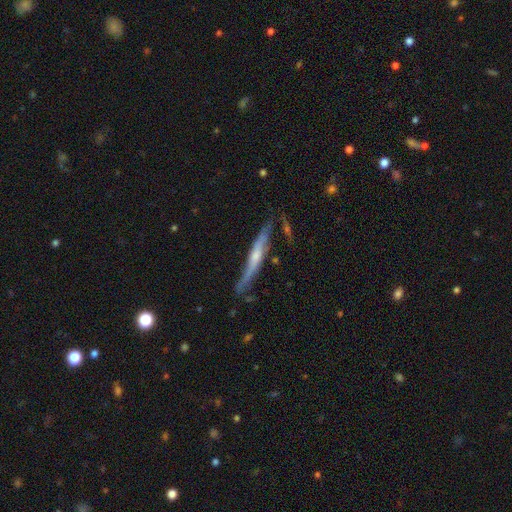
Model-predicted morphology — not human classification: Smooth or featured? featured or disk (66%)
Edge-on disk? yes (90%)
Edge-on bulge? rounded (57%)
Merging? none (67%)